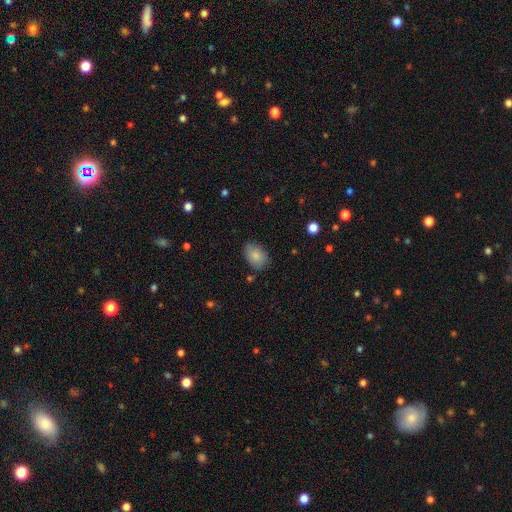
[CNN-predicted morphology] Smooth or featured?
  - smooth: 84% *
  - featured or disk: 9%
  - star or artifact: 7%
How rounded?
  - in between: 84% *
  - round: 15%
  - cigar-shaped: 1%
Merging?
  - none: 80% *
  - minor disturbance: 15%
  - major disturbance: 3%
  - merger: 2%